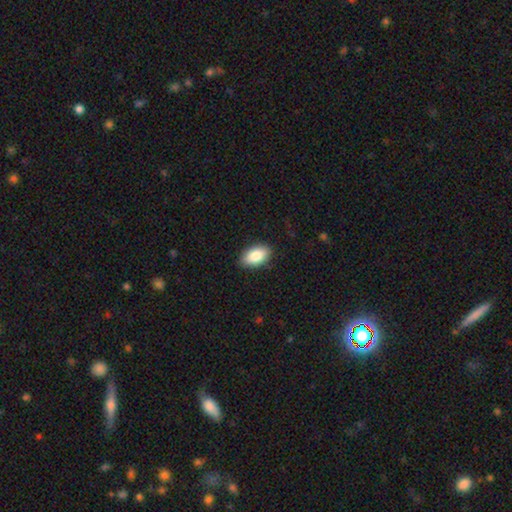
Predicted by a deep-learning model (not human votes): smooth_or_featured: smooth (p=0.86) [alt: featured or disk p=0.07]
how_rounded: in between (p=0.93) [alt: round p=0.05]
merging: none (p=0.88) [alt: minor disturbance p=0.09]